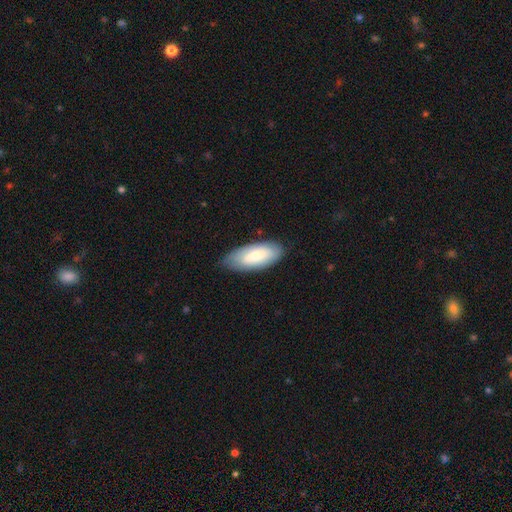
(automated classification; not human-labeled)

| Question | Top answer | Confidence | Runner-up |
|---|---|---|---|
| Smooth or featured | smooth | 69% | featured or disk (26%) |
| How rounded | in between | 85% | cigar-shaped (13%) |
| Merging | none | 74% | minor disturbance (20%) |